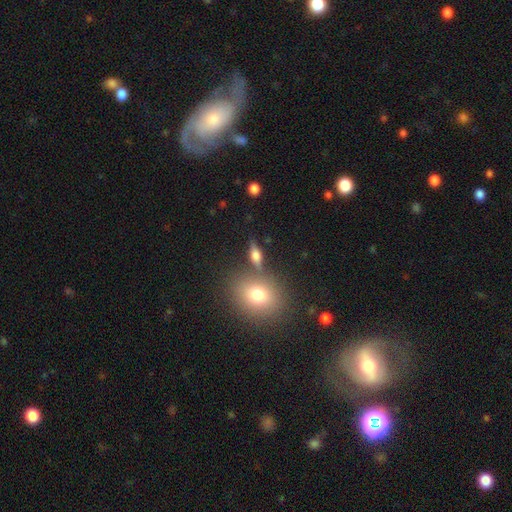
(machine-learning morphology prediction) A smooth galaxy with no disk features (44%, tied with featured or disk). Merging: none (75%).